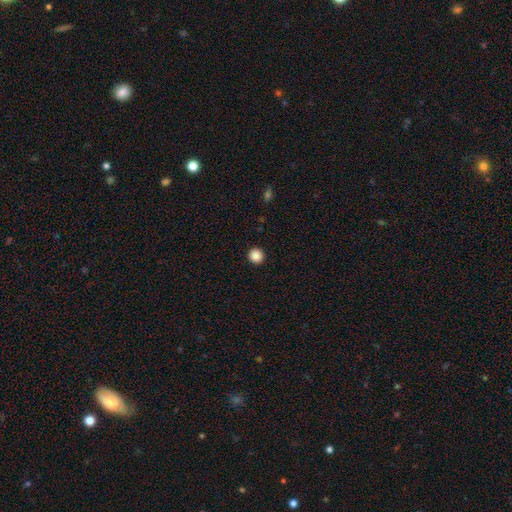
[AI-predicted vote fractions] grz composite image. It shows a smooth galaxy with no disk features (88%) that is round (95%). Merging: none (93%).